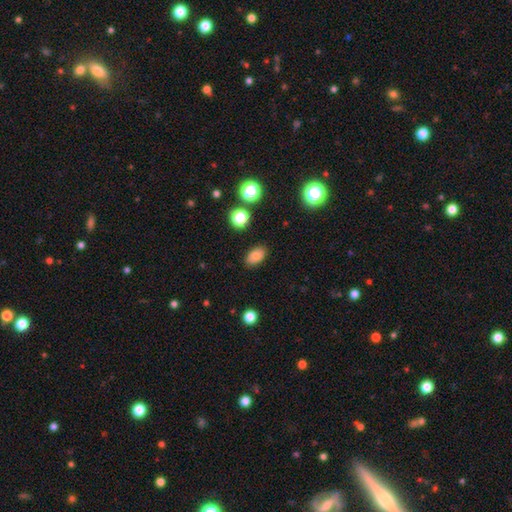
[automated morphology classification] Smooth or featured? Predicted: smooth (p=0.81). How rounded? Predicted: in between (p=0.89). Merging? Predicted: none (p=0.86).